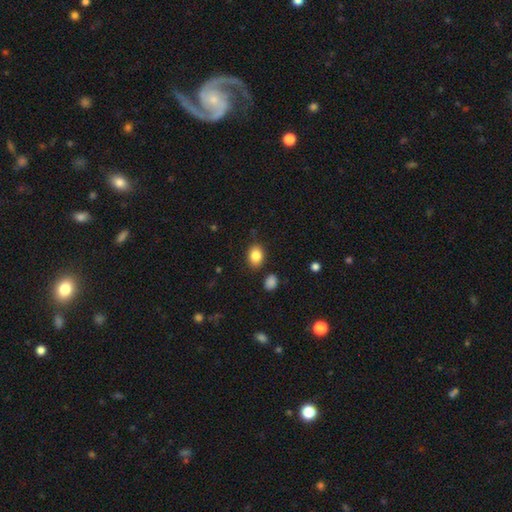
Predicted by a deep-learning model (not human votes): This is clearly a smooth galaxy (85%). How rounded: likely in between (65%). Merging: clearly none (84%).